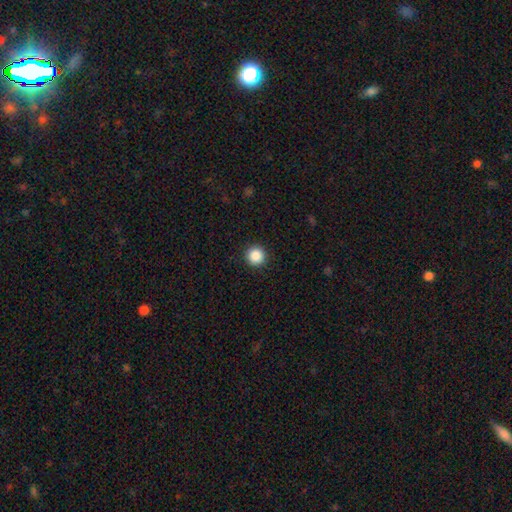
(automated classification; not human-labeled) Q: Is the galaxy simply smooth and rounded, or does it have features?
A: smooth — 88%.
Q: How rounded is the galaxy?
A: round — 96%.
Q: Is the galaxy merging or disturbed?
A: none — 93%.